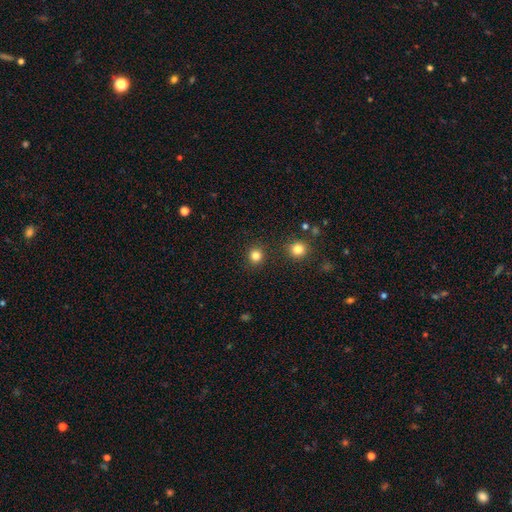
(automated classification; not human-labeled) smooth 83%, star or artifact 13%, featured or disk 4%. Down the decision tree: how rounded — round (91%); merging — none (90%).